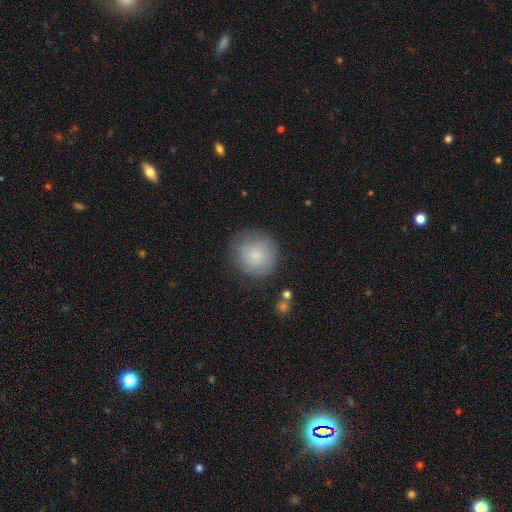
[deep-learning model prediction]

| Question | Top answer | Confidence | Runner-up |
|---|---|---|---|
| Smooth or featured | smooth | 75% | featured or disk (18%) |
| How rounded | round | 93% | in between (6%) |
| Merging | none | 75% | minor disturbance (17%) |